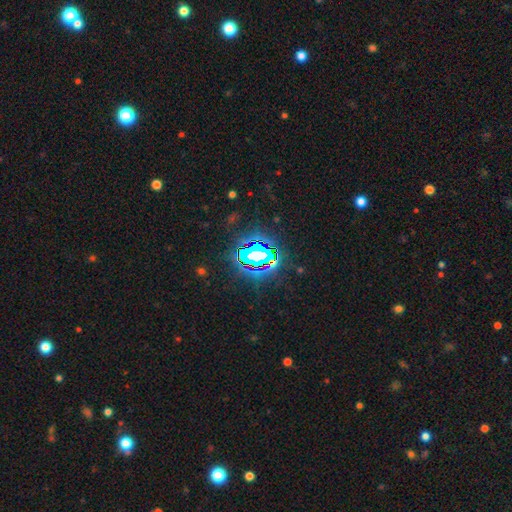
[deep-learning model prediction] Smooth or featured? Predicted: star or artifact (p=0.73).